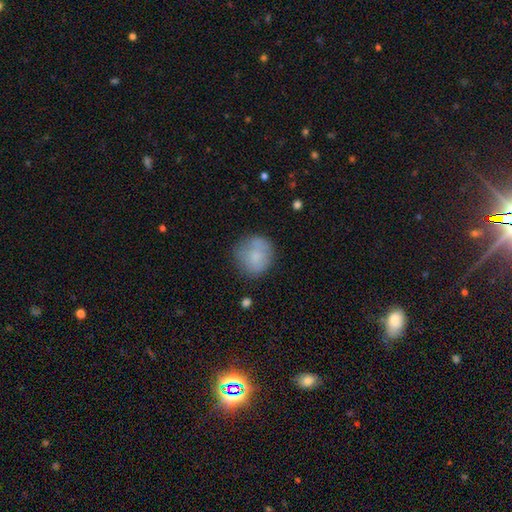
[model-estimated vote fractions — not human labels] Smooth or featured?
  - smooth: 78% *
  - featured or disk: 14%
  - star or artifact: 8%
How rounded?
  - round: 87% *
  - in between: 12%
  - cigar-shaped: 1%
Merging?
  - none: 67% *
  - minor disturbance: 22%
  - major disturbance: 7%
  - merger: 5%